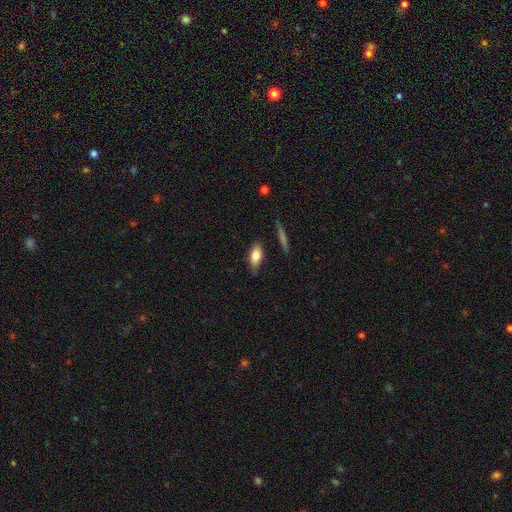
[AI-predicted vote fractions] Smooth or featured? Predicted: smooth (p=0.76). How rounded? Predicted: in between (p=0.80). Merging? Predicted: none (p=0.77).